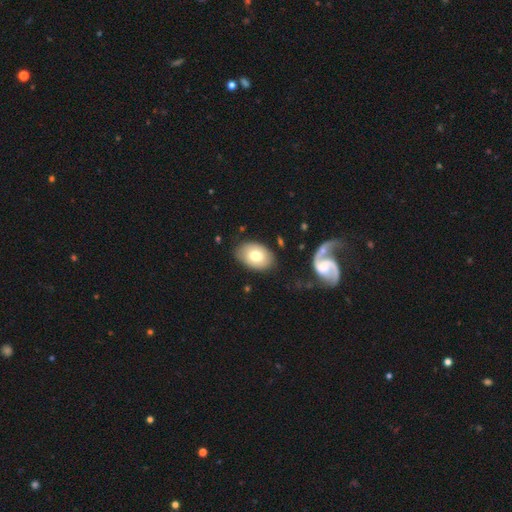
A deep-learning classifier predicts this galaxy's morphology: smooth_or_featured: smooth (p=0.72) [alt: featured or disk p=0.22]
how_rounded: in between (p=0.85) [alt: round p=0.14]
merging: none (p=0.79) [alt: minor disturbance p=0.15]